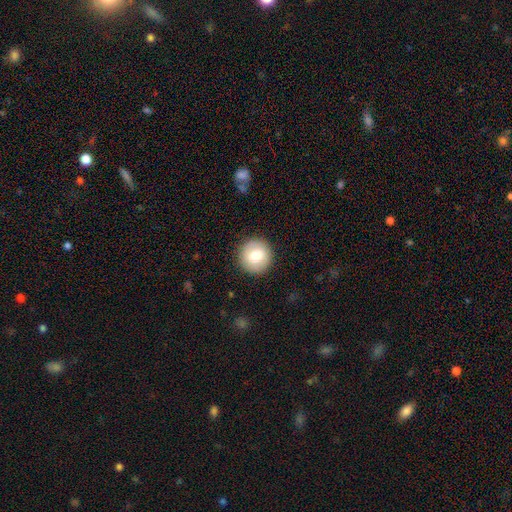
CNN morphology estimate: Smooth or featured? Predicted: smooth (p=0.72). How rounded? Predicted: round (p=0.94). Merging? Predicted: none (p=0.90).